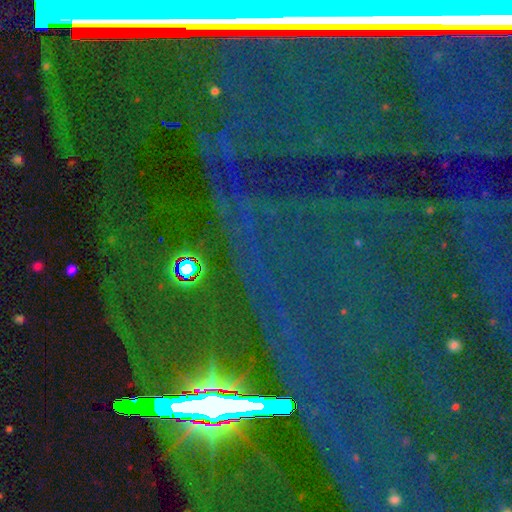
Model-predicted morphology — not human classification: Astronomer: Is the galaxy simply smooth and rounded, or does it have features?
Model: star or artifact — 88%.